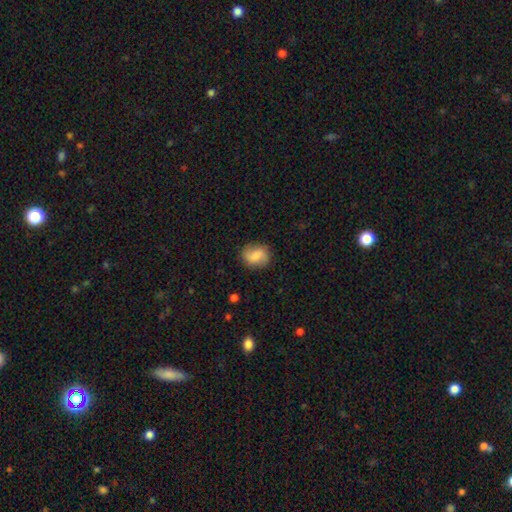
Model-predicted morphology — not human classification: smooth_or_featured: smooth (p=0.56) [alt: featured or disk p=0.35]
how_rounded: round (p=0.57) [alt: in between p=0.42]
merging: none (p=0.79) [alt: minor disturbance p=0.15]